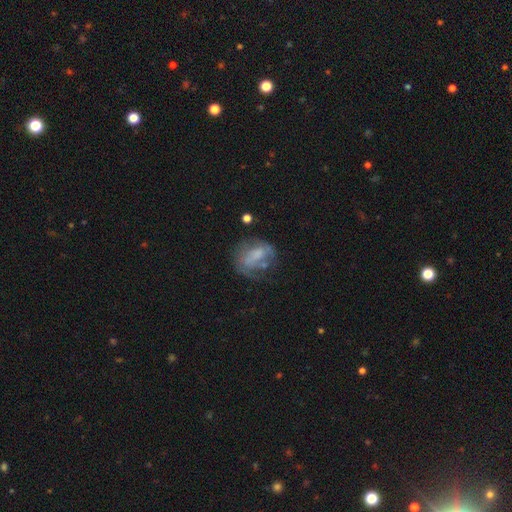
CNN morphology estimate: A featured or disk galaxy (49%). Merging: none (41%).